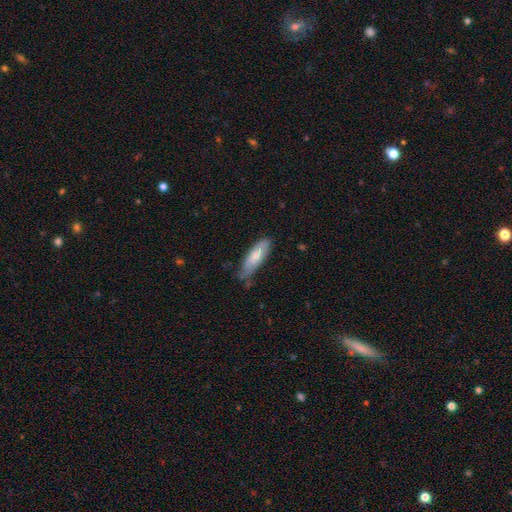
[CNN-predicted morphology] A smooth galaxy with no disk features (79%) that is cigar-shaped (53%).

Vote fractions:
- Smooth or featured? smooth: 79% / featured or disk: 16% / star or artifact: 5%
- How rounded? cigar-shaped: 53% / in between: 46% / round: 1%
- Merging? none: 66% / minor disturbance: 27% / major disturbance: 4% / merger: 2%